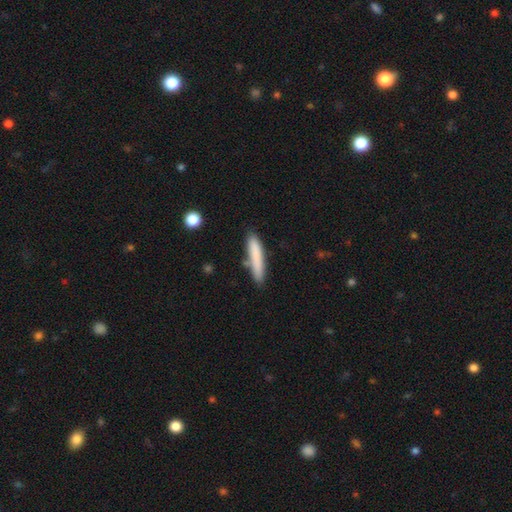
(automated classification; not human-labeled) Overall: smooth (81%). How rounded: cigar-shaped (89%). Merging: none (77%).